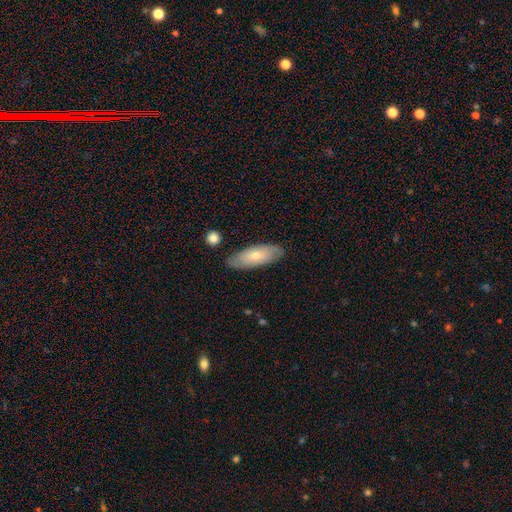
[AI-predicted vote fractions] Smooth or featured? Predicted: smooth (p=0.61). How rounded? Predicted: in between (p=0.74). Merging? Predicted: none (p=0.81).